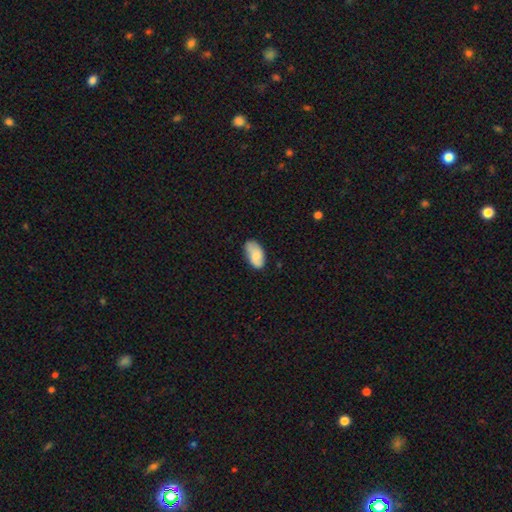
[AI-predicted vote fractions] Overall: smooth (75%). How rounded: in between (94%). Merging: none (70%).